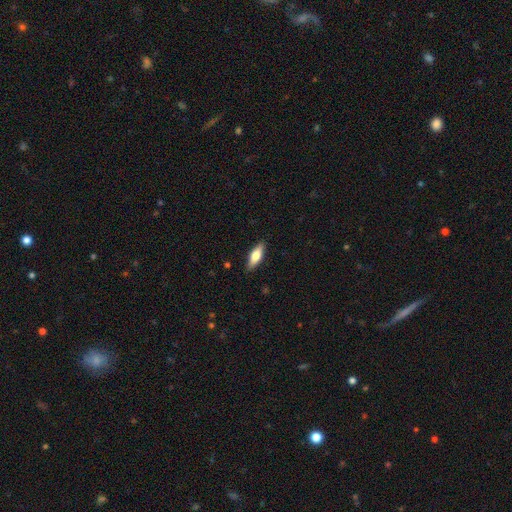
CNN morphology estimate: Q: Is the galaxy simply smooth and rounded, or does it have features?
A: smooth — 67%.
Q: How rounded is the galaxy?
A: in between — 62%.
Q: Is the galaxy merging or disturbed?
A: none — 87%.